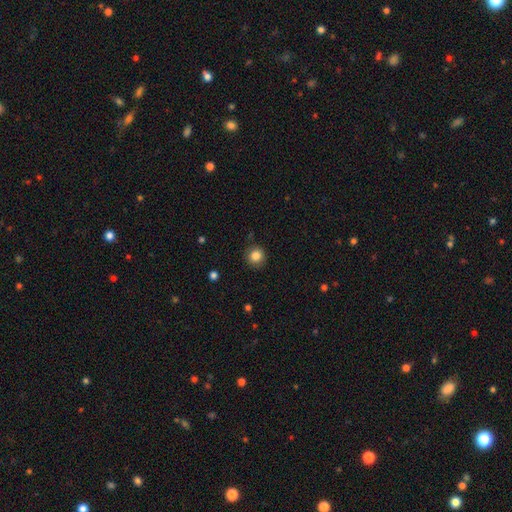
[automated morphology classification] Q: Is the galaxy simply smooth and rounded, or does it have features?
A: smooth — 84%.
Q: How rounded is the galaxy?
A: round — 92%.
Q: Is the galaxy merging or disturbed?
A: none — 88%.